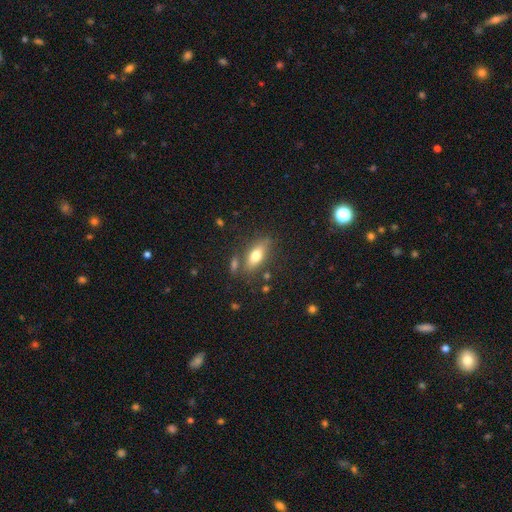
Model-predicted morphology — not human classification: type=smooth (67%); roundness=in between (72%); merging=none (73%).